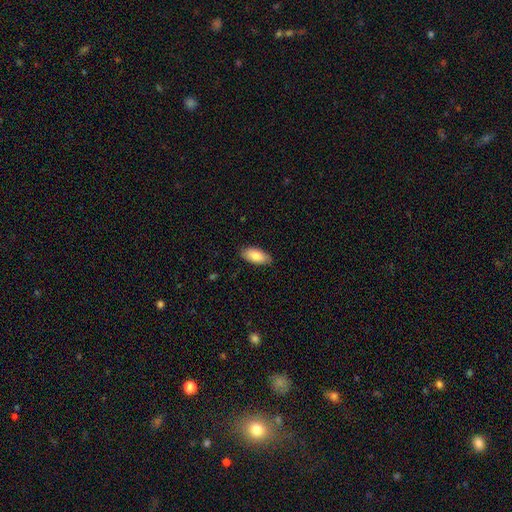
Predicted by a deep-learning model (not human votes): Overall: smooth (83%). How rounded: in between (90%). Merging: none (85%).